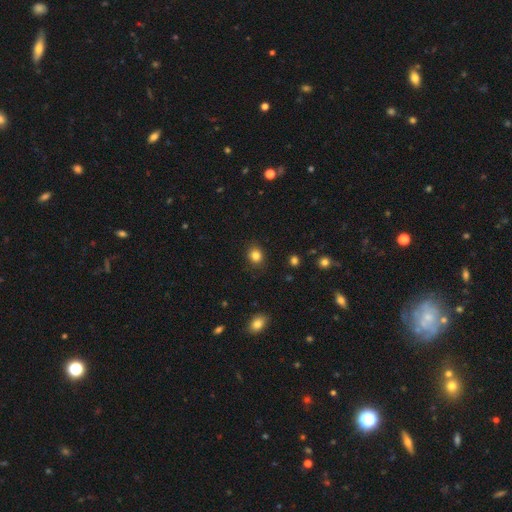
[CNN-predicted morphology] A smooth galaxy with no disk features (83%) that is round (75%). Merging: none (88%).